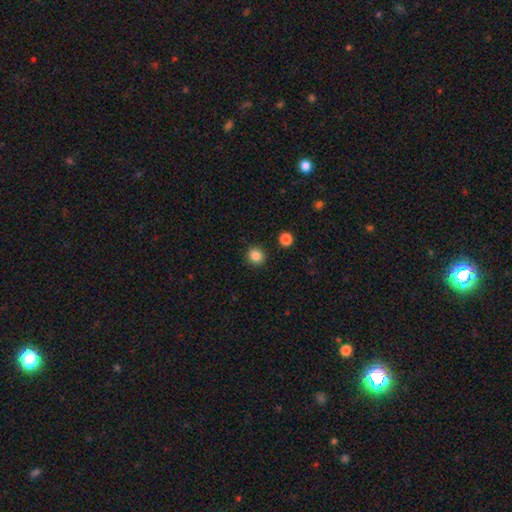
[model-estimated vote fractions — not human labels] Smooth or featured: smooth — 85% (star or artifact — 11%)
How rounded: round — 89% (in between — 10%)
Merging: none — 90% (minor disturbance — 6%)